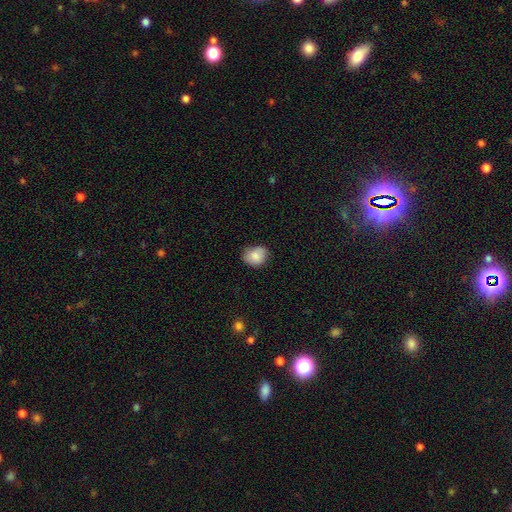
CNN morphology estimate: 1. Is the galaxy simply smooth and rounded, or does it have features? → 84% smooth, 8% featured or disk, 8% star or artifact.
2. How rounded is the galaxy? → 56% round, 43% in between, 1% cigar-shaped.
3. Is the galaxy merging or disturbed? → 68% none, 26% minor disturbance, 4% major disturbance, 2% merger.